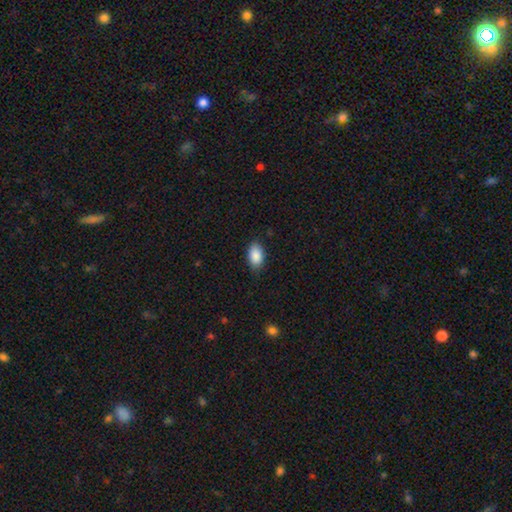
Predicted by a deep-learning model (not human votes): This is clearly a smooth galaxy (89%). How rounded: clearly in between (93%). Merging: clearly none (83%).